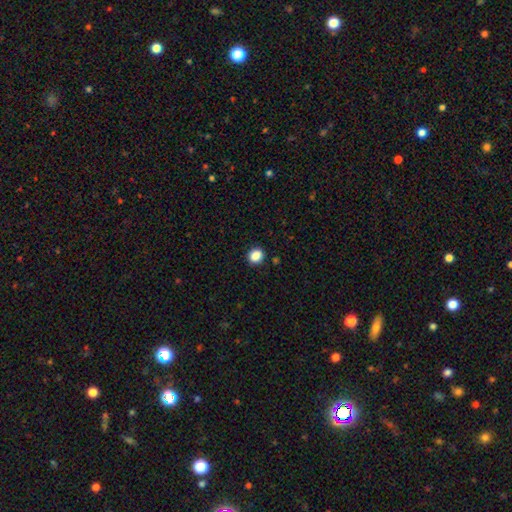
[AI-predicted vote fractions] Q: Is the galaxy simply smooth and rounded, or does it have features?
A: smooth — 87%.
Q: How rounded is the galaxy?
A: round — 66%.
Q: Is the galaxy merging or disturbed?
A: none — 90%.